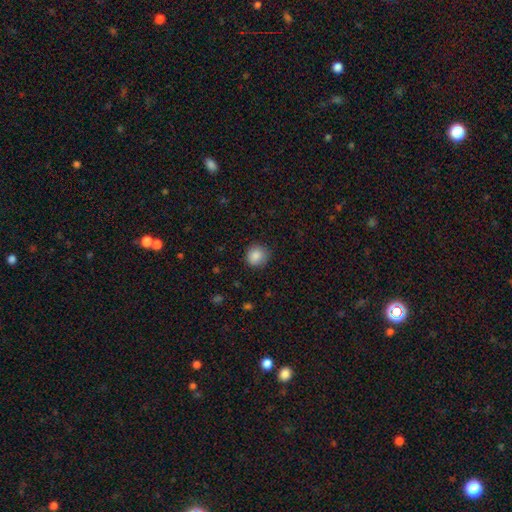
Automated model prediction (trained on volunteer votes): This is clearly a smooth galaxy (87%). How rounded: clearly round (89%). Merging: clearly none (86%).